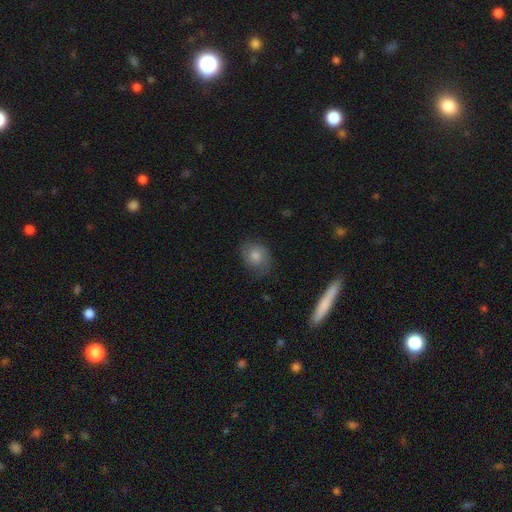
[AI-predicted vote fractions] Smooth or featured? smooth (67%)
How rounded? round (50%)
Merging? none (70%)